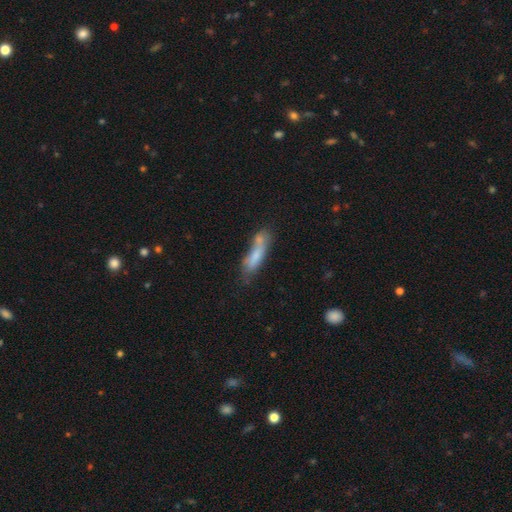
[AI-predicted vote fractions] A smooth galaxy with no disk features (71%) that is cigar-shaped (63%). Merging: none (38%).